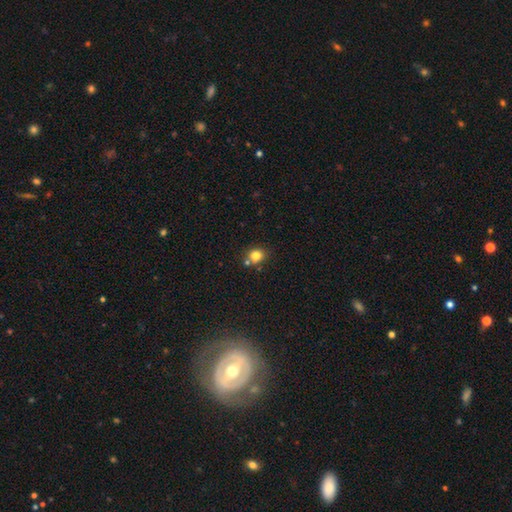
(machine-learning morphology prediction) smooth 80%, star or artifact 12%, featured or disk 8%. Down the decision tree: how rounded — round (75%); merging — none (66%).